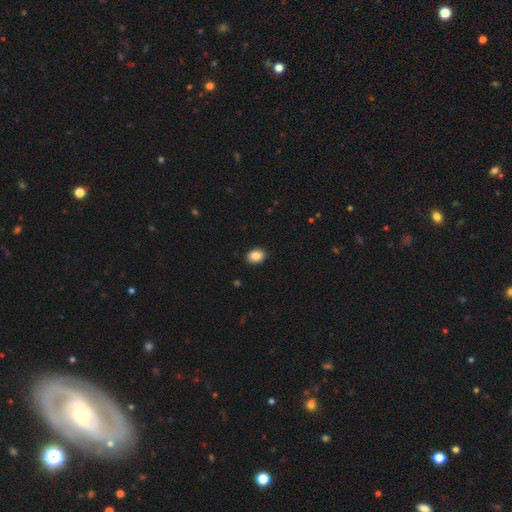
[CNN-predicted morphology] This appears to be a smooth galaxy with no disk features (88%) that is in between round and cigar-shaped (69%). Merging: none (90%).